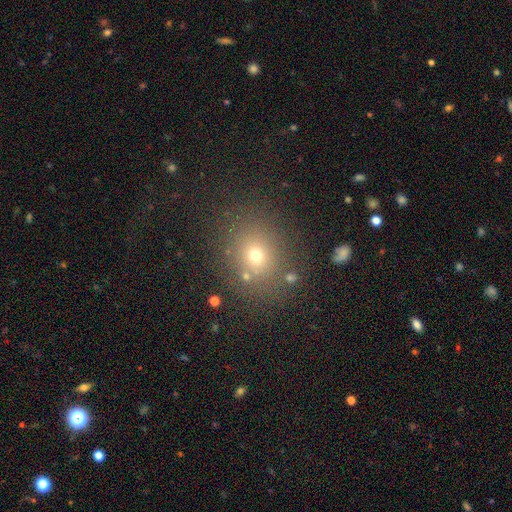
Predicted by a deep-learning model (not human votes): The model was most divided on "smooth or featured": smooth: 67%, star or artifact: 22%, featured or disk: 12%. More confident: merging — none (79%); how rounded — round (74%).